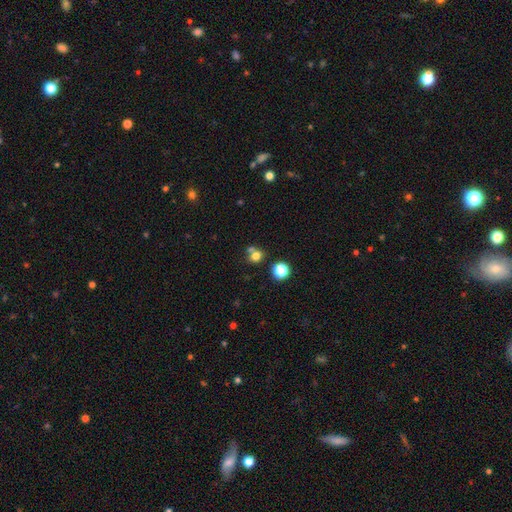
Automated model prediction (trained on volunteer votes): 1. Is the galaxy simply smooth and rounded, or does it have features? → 75% smooth, 16% star or artifact, 9% featured or disk.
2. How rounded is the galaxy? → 80% round, 19% in between, 1% cigar-shaped.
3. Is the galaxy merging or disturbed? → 57% none, 31% merger, 9% minor disturbance, 4% major disturbance.